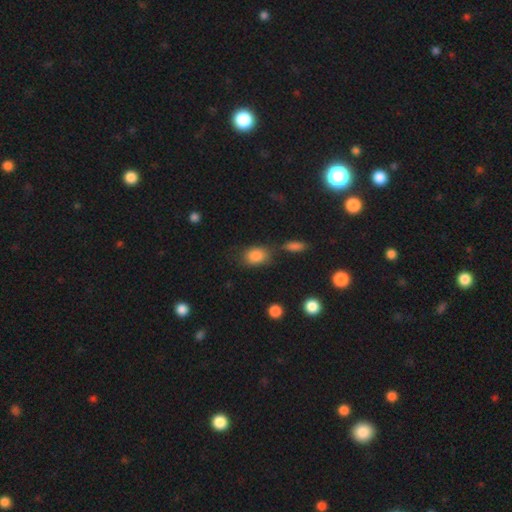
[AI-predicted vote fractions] A smooth galaxy with no disk features (85%) that is in between round and cigar-shaped (71%).

Vote fractions:
- Smooth or featured? smooth: 85% / star or artifact: 9% / featured or disk: 6%
- How rounded? in between: 71% / round: 27% / cigar-shaped: 2%
- Merging? none: 62% / minor disturbance: 18% / merger: 14% / major disturbance: 7%